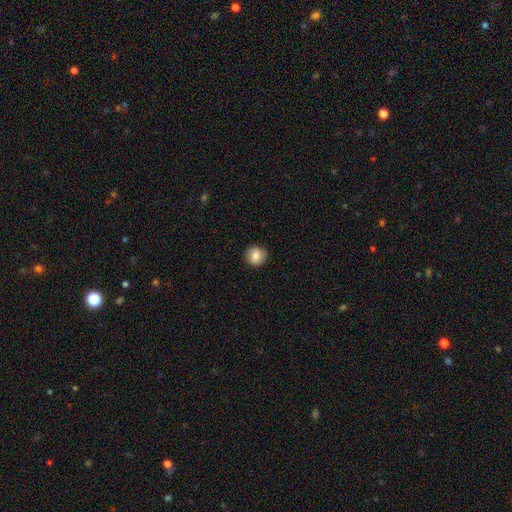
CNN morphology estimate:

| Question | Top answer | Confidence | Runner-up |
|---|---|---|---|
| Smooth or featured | smooth | 80% | featured or disk (12%) |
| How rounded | round | 90% | in between (9%) |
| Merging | none | 89% | minor disturbance (8%) |